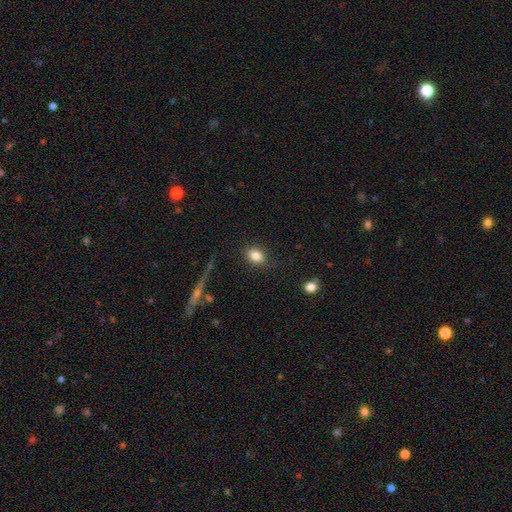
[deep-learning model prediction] Overall: smooth (84%). How rounded: in between (57%; round 42%). Merging: none (86%).